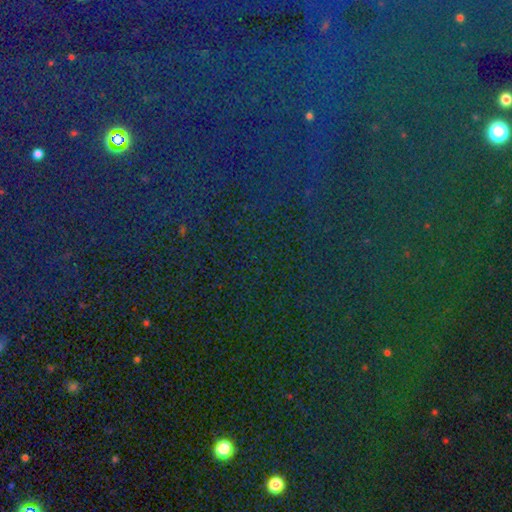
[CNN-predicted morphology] The model was most divided on "smooth or featured": star or artifact: 82%, smooth: 10%, featured or disk: 8%.